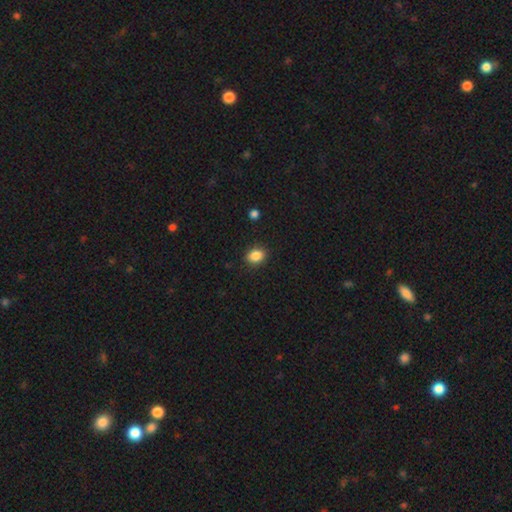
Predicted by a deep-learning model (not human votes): A smooth galaxy with no disk features (87%) that is in between round and cigar-shaped (60%). Merging: none (88%).